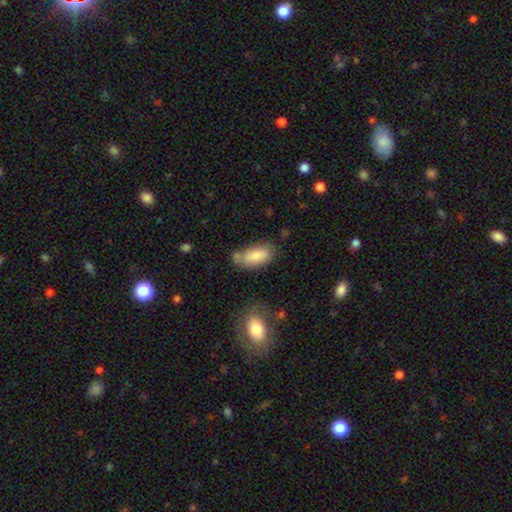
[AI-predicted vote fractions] A smooth galaxy with no disk features (82%) that is in between round and cigar-shaped (92%). Merging: none (60%).